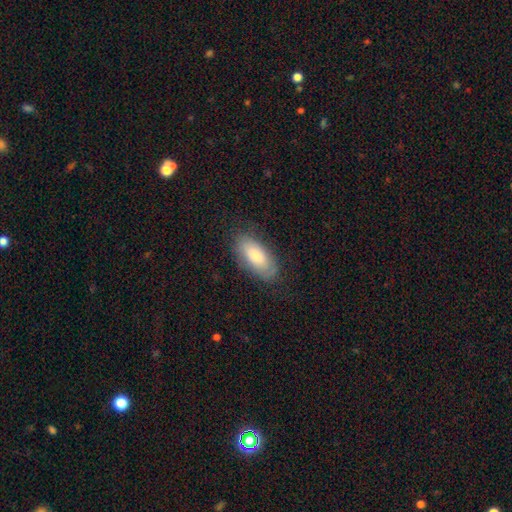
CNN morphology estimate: Smooth or featured: smooth — 76% (featured or disk — 18%)
How rounded: in between — 90% (cigar-shaped — 7%)
Merging: none — 78% (minor disturbance — 16%)